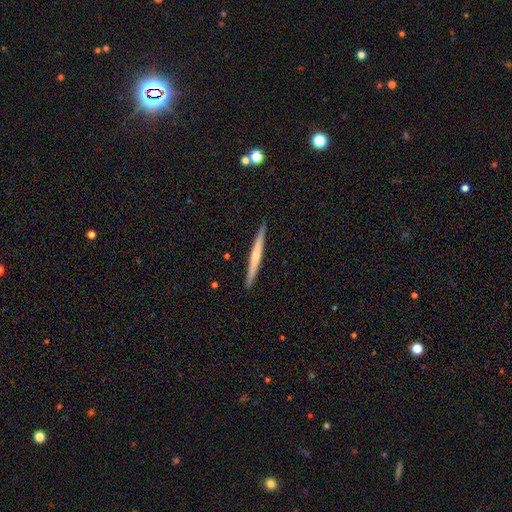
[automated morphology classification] This is possibly a featured or disk galaxy (48%). Merging: clearly none (92%).